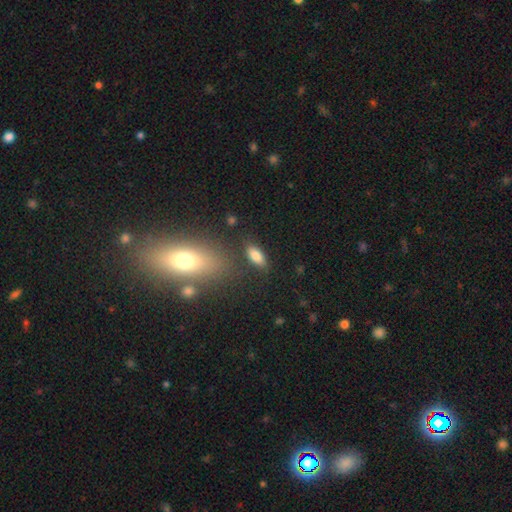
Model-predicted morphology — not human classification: A smooth galaxy with no disk features (82%) that is in between round and cigar-shaped (86%). Merging: none (81%).